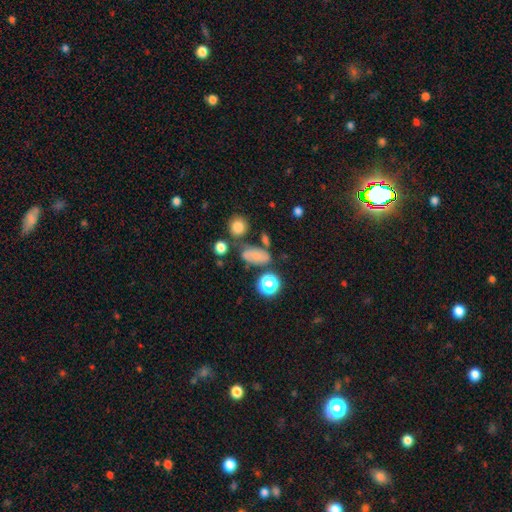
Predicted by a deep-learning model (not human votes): Smooth or featured: smooth — 66% (star or artifact — 17%)
How rounded: in between — 79% (round — 16%)
Merging: none — 54% (minor disturbance — 21%)